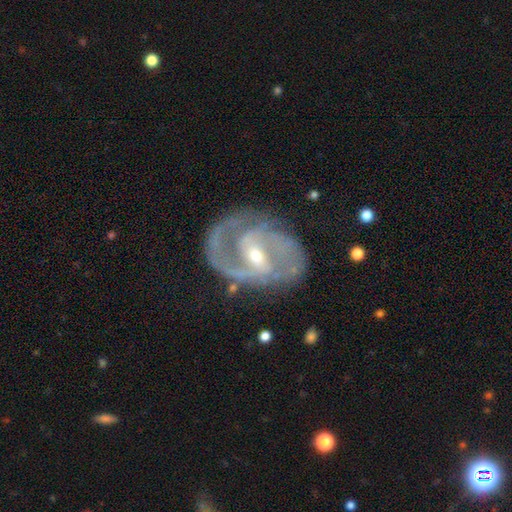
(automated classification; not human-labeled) smooth-or-featured: featured or disk: 89% | smooth: 6% | star or artifact: 5%
  disk-edge-on: no: 97% | yes: 3%
    bar: weak: 48% | strong: 29% | no: 23%
    has-spiral-arms: yes: 95% | no: 5%
      spiral-winding: medium: 46% | tight: 41% | loose: 13%
      spiral-arm-count: 2: 68% | can't tell: 11% | 3: 9% | 1: 7% | 4: 2% | more than 4: 2%
    bulge-size: small: 49% | moderate: 47% | large: 2% | none: 1% | dominant: 1%
  merging: none: 67% | minor disturbance: 20% | major disturbance: 11% | merger: 2%